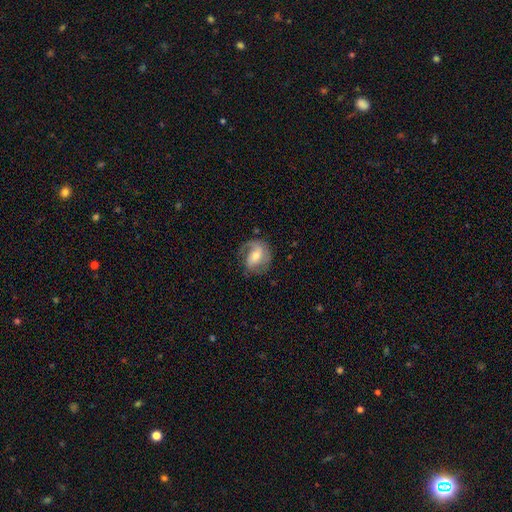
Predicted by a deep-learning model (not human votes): The model was most divided on "bar": weak: 42%, no: 34%, strong: 24%. Remaining: edge-on disk — no (97%); spiral arms — yes (90%); smooth or featured — featured or disk (72%); merging — none (64%); spiral arm count — 2 (58%); bulge size — moderate (57%); spiral winding — medium (44%).